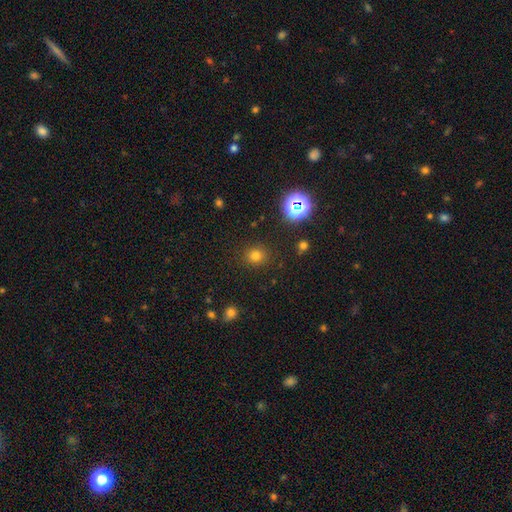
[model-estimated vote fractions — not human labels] smooth_or_featured: smooth (p=0.73) [alt: star or artifact p=0.20]
how_rounded: round (p=0.85) [alt: in between p=0.14]
merging: none (p=0.88) [alt: minor disturbance p=0.08]